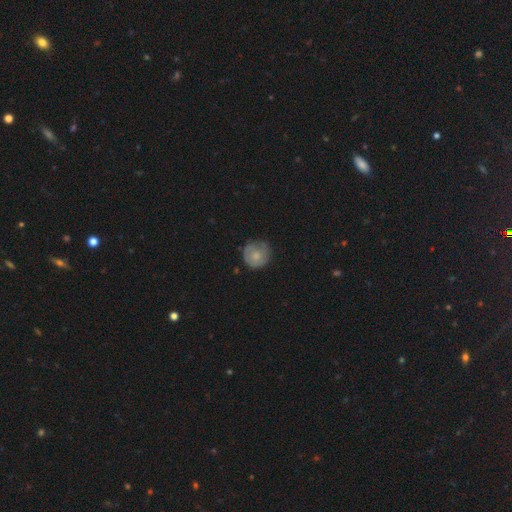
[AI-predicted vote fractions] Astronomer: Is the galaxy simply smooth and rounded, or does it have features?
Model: smooth — 71%.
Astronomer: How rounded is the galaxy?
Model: round — 91%.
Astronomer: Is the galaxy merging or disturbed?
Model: none — 67%.